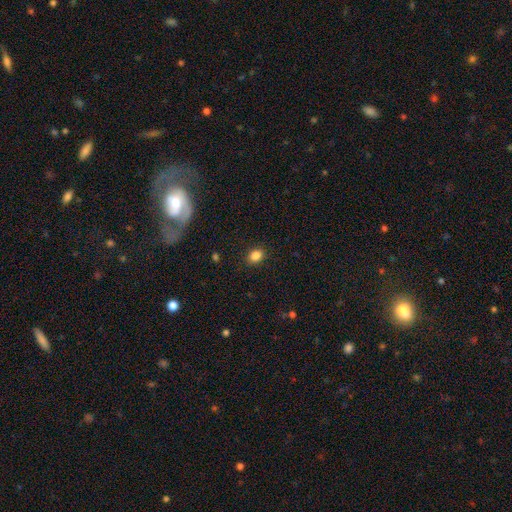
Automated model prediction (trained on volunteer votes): This appears to be a smooth galaxy with no disk features (85%) that is in between round and cigar-shaped (59%). Merging: none (88%).